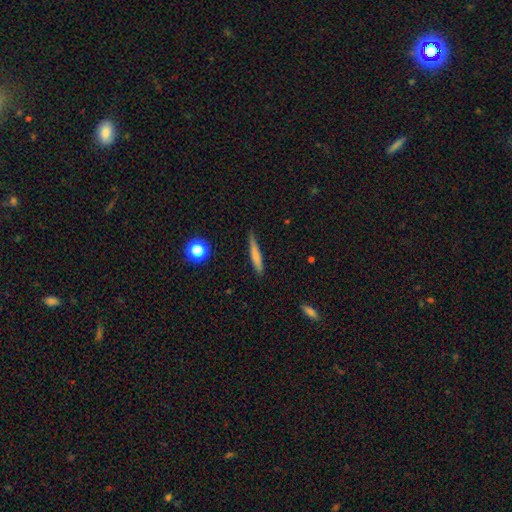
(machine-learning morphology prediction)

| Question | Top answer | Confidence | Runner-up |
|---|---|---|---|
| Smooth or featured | smooth | 71% | featured or disk (23%) |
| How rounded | cigar-shaped | 93% | in between (5%) |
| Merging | none | 83% | minor disturbance (13%) |